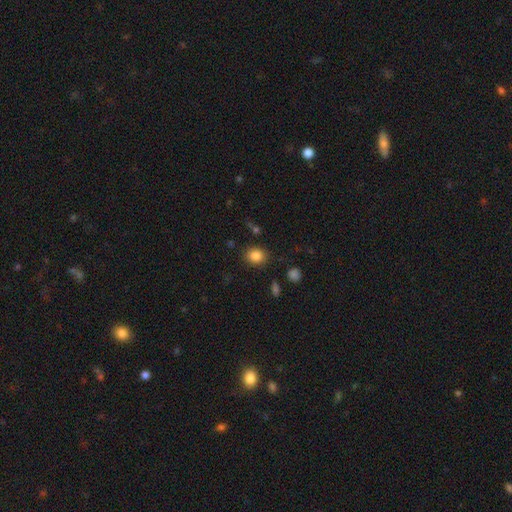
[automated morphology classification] smooth_or_featured: smooth (p=0.85) [alt: star or artifact p=0.10]
how_rounded: round (p=0.66) [alt: in between p=0.33]
merging: none (p=0.86) [alt: minor disturbance p=0.09]